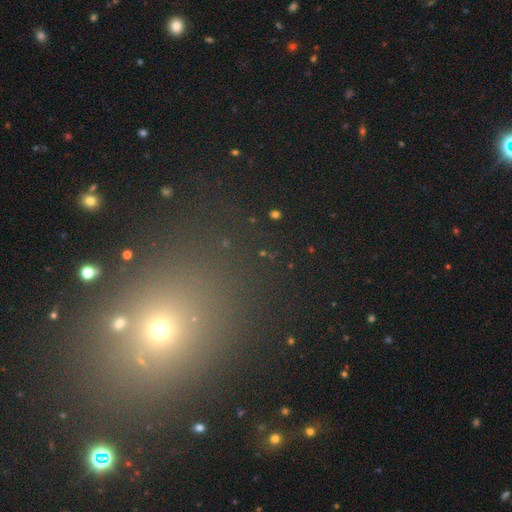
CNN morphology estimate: The model was most divided on "smooth or featured": smooth: 47%, star or artifact: 43%, featured or disk: 10%. More confident: merging — none (83%).